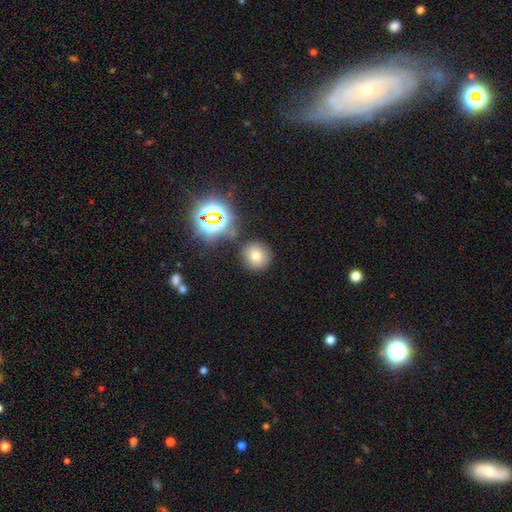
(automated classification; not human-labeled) smooth 67%, star or artifact 20%, featured or disk 13%. Down the decision tree: how rounded — round (90%); merging — none (82%).